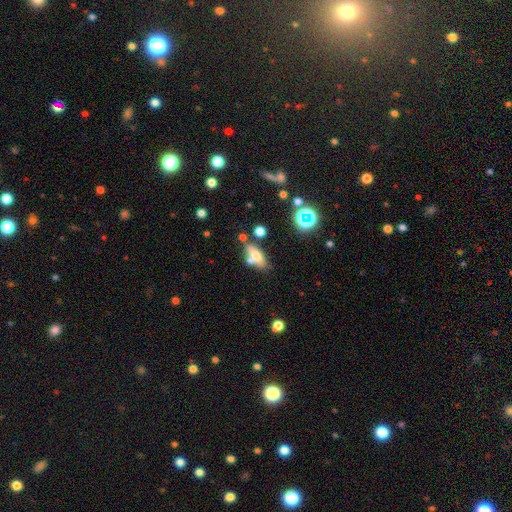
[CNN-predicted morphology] Smooth or featured: smooth — 63% (featured or disk — 25%)
How rounded: in between — 74% (cigar-shaped — 21%)
Merging: none — 60% (merger — 19%)